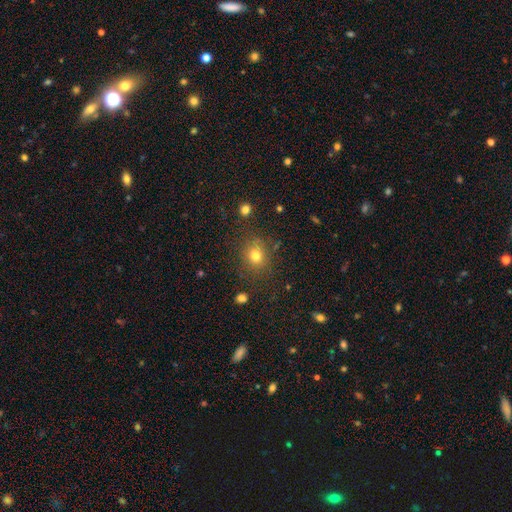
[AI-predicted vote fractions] smooth 76%, star or artifact 16%, featured or disk 8%. Down the decision tree: how rounded — round (76%); merging — none (81%).